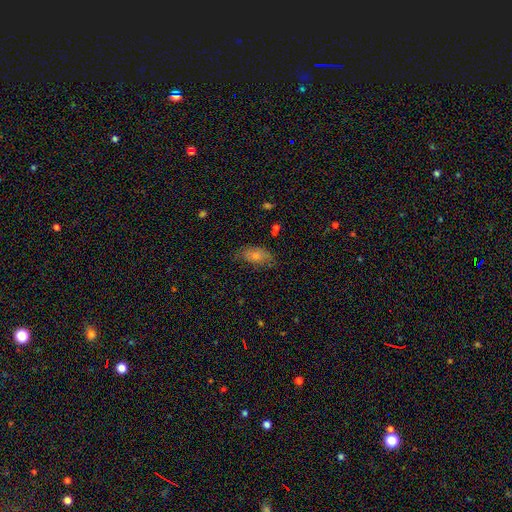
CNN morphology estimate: smooth-or-featured: smooth: 58% | featured or disk: 26% | star or artifact: 16%
  how-rounded: in between: 85% | cigar-shaped: 8% | round: 7%
  merging: none: 66% | minor disturbance: 24% | major disturbance: 8% | merger: 2%